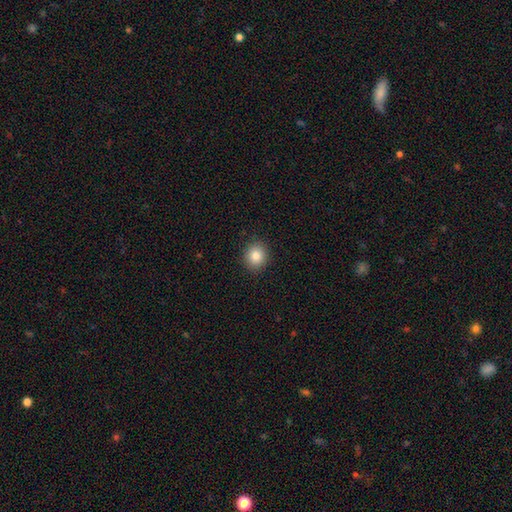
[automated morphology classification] smooth-or-featured: smooth: 84% | star or artifact: 10% | featured or disk: 6%
  how-rounded: round: 82% | in between: 17% | cigar-shaped: 1%
  merging: none: 91% | minor disturbance: 6% | major disturbance: 2% | merger: 1%